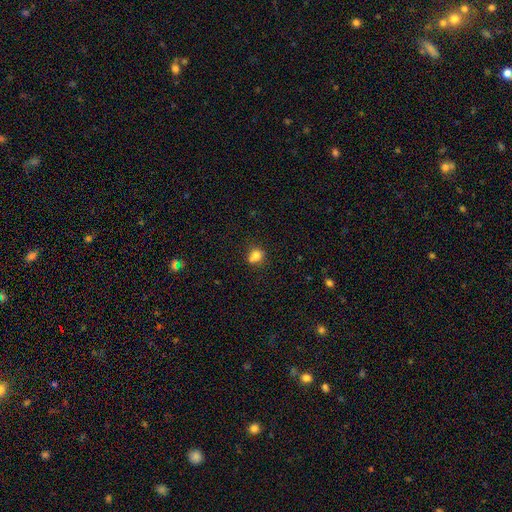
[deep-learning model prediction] smooth-or-featured: smooth: 77% | star or artifact: 12% | featured or disk: 11%
  how-rounded: round: 71% | in between: 28% | cigar-shaped: 1%
  merging: none: 52% | merger: 27% | minor disturbance: 16% | major disturbance: 5%